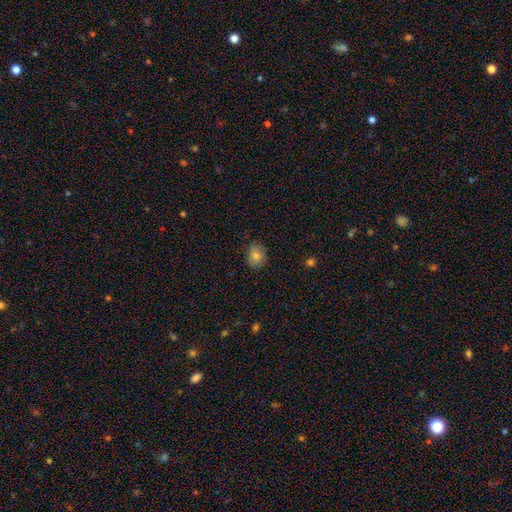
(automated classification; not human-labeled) smooth_or_featured: smooth (p=0.79) [alt: star or artifact p=0.10]
how_rounded: round (p=0.54) [alt: in between p=0.45]
merging: none (p=0.79) [alt: minor disturbance p=0.17]